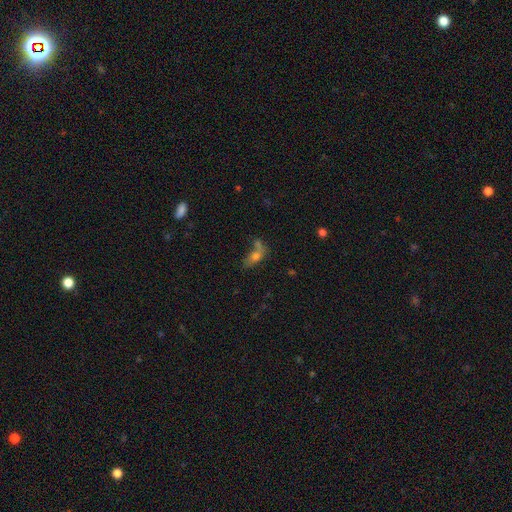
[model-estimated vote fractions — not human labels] This is likely a smooth galaxy (61%). How rounded: likely in between (73%). Merging: marginally none (36%).